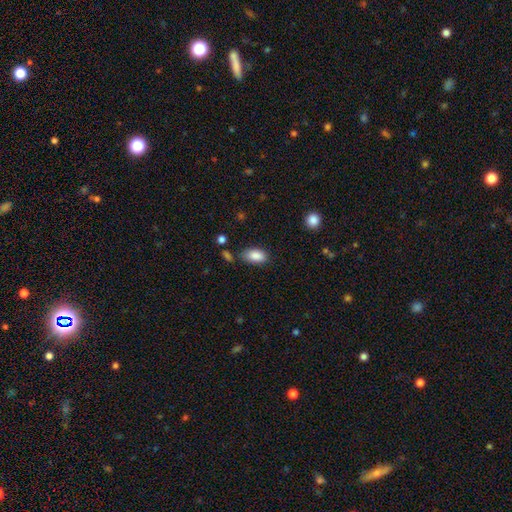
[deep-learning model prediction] Smooth or featured?
  - smooth: 87% *
  - star or artifact: 7%
  - featured or disk: 5%
How rounded?
  - in between: 93% *
  - round: 4%
  - cigar-shaped: 3%
Merging?
  - none: 73% *
  - minor disturbance: 19%
  - merger: 4%
  - major disturbance: 4%